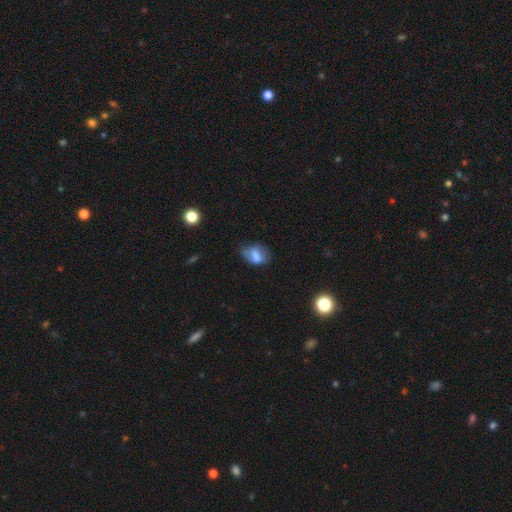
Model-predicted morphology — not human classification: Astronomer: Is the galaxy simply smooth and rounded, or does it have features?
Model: smooth — 67%.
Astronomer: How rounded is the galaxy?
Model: in between — 76%.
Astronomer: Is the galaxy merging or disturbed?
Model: none — 53% (runner-up: minor disturbance, 32%).